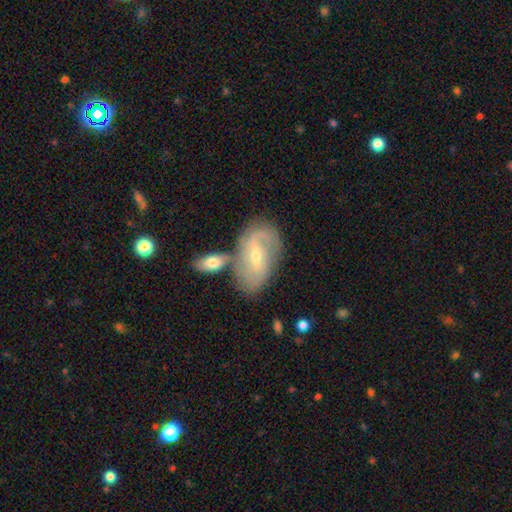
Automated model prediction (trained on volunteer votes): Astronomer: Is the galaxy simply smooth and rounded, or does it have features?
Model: featured or disk — 77%.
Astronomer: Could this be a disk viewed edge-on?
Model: no — 95%.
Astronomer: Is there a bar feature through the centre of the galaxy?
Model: weak — 54%.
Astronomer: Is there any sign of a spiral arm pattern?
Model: yes — 87%.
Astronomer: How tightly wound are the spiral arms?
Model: medium — 43% (runner-up: tight, 36%).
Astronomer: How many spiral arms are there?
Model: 2 — 61%.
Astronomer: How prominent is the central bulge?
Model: small — 56% (runner-up: moderate, 41%).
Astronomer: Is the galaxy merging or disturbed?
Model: none — 57%.